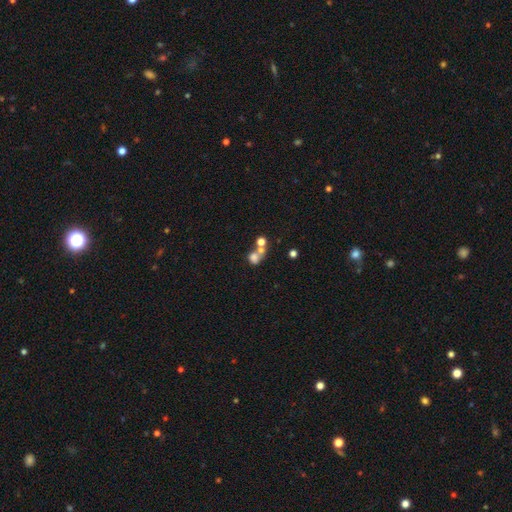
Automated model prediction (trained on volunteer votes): smooth 63%, featured or disk 21%, star or artifact 16%. Down the decision tree: how rounded — round (58%); merging — merger (55%).